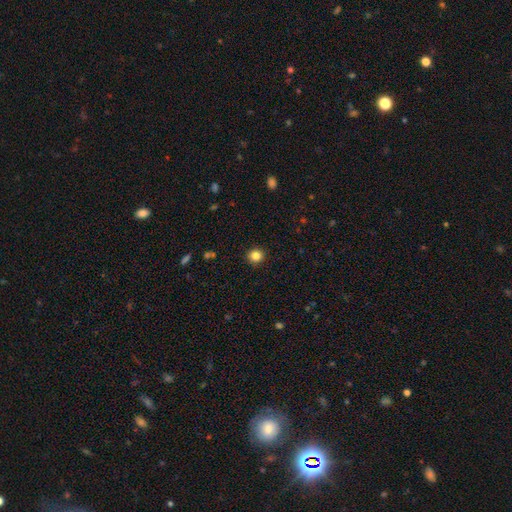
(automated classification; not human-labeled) Smooth or featured? Predicted: smooth (p=0.84). How rounded? Predicted: round (p=0.91). Merging? Predicted: none (p=0.92).